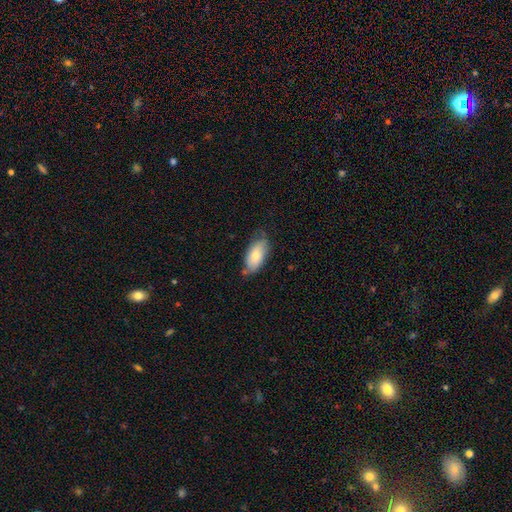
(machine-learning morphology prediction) A smooth galaxy with no disk features (75%) that is in between round and cigar-shaped (93%). Merging: none (64%).